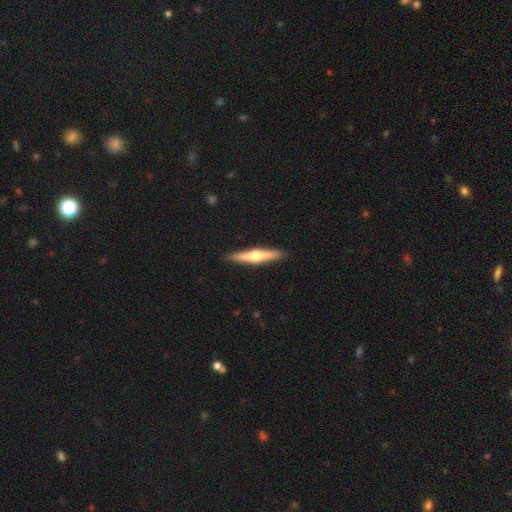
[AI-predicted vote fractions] Smooth or featured?
  - featured or disk: 58% *
  - smooth: 37%
  - star or artifact: 5%
Edge-on disk?
  - yes: 97% *
  - no: 3%
Edge-on bulge?
  - rounded: 91% *
  - none: 5%
  - boxy: 4%
Merging?
  - none: 91% *
  - minor disturbance: 6%
  - major disturbance: 1%
  - merger: 1%